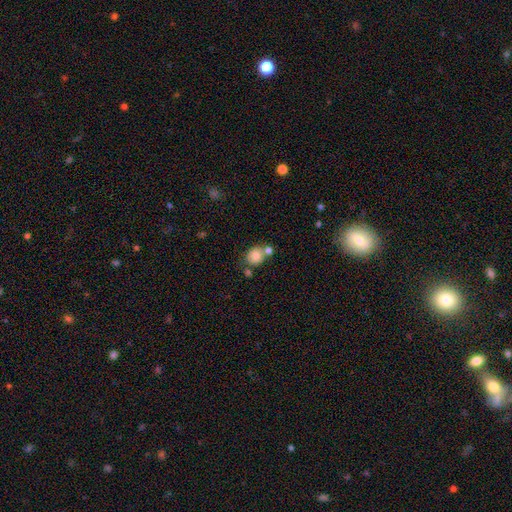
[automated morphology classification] Q: Smooth or featured?
A: smooth (80%); runner-up: featured or disk (11%)
Q: How rounded?
A: round (65%); runner-up: in between (34%)
Q: Merging?
A: none (50%); runner-up: merger (30%)